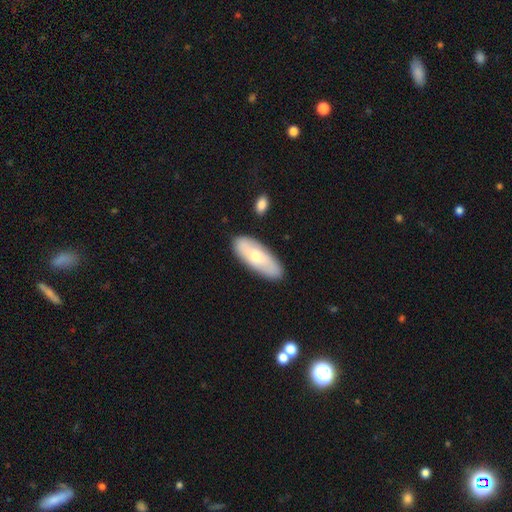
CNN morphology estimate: This appears to be a smooth galaxy with no disk features (60%) that is in between round and cigar-shaped (73%). Merging: none (82%).